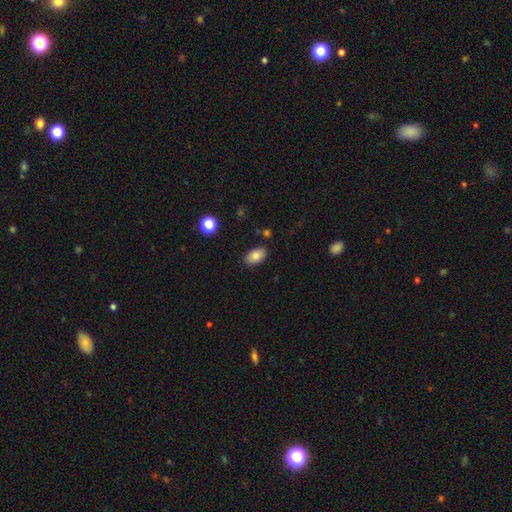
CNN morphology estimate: smooth-or-featured: smooth: 81% | featured or disk: 10% | star or artifact: 8%
  how-rounded: in between: 92% | round: 6% | cigar-shaped: 2%
  merging: none: 85% | minor disturbance: 10% | major disturbance: 2% | merger: 2%